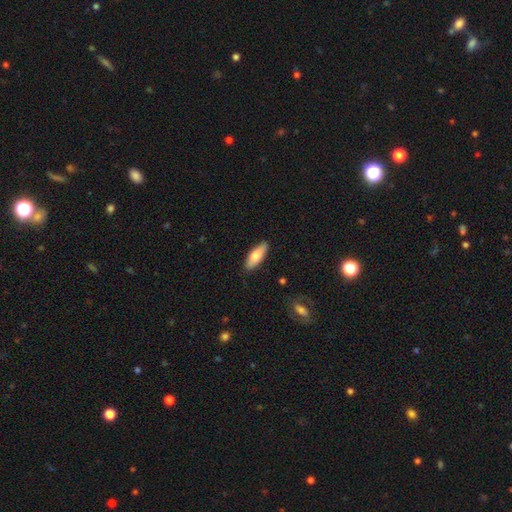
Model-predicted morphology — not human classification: Q: Smooth or featured?
A: smooth (76%); runner-up: featured or disk (19%)
Q: How rounded?
A: in between (68%); runner-up: cigar-shaped (30%)
Q: Merging?
A: none (87%); runner-up: minor disturbance (10%)